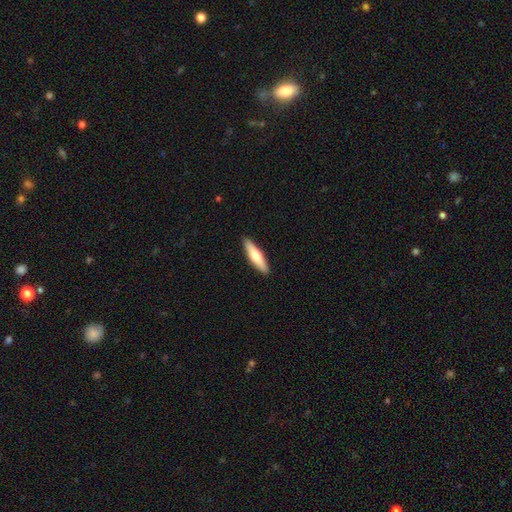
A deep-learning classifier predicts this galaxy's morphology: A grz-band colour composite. It shows a smooth galaxy with no disk features (65%) that is cigar-shaped (72%). Merging: none (91%).